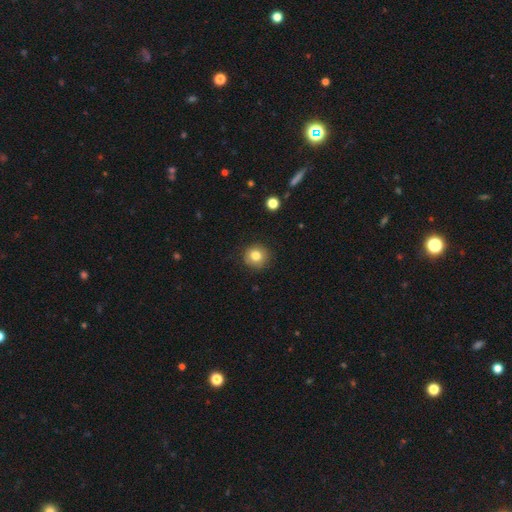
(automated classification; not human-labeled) smooth 81%, star or artifact 11%, featured or disk 8%. Down the decision tree: how rounded — round (92%); merging — none (88%).